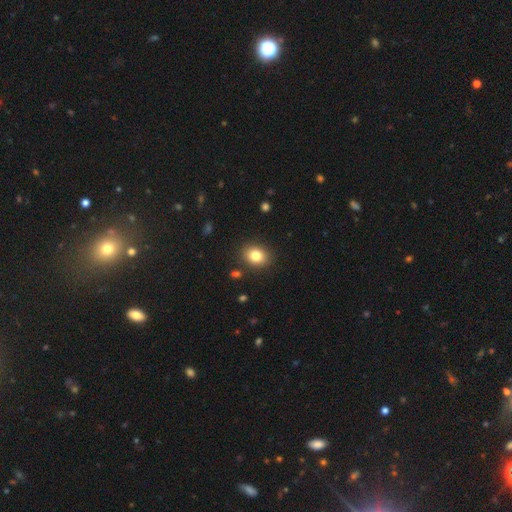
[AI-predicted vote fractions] smooth 82%, star or artifact 10%, featured or disk 8%. Down the decision tree: how rounded — round (51%); merging — none (87%).